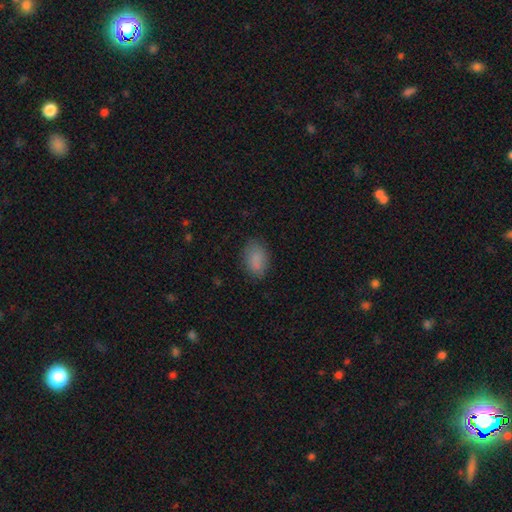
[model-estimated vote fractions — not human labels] Q: Smooth or featured?
A: smooth (86%); runner-up: star or artifact (8%)
Q: How rounded?
A: in between (88%); runner-up: round (10%)
Q: Merging?
A: none (81%); runner-up: minor disturbance (15%)